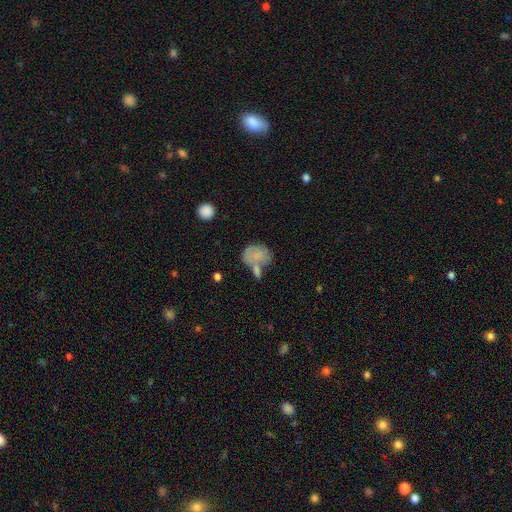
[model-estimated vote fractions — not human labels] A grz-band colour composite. It shows a smooth galaxy with no disk features (69%) that is in between round and cigar-shaped (62%). Merging: merger (36%).